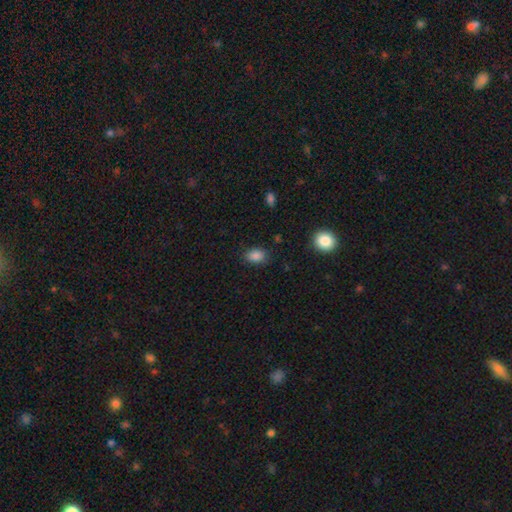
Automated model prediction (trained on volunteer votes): Smooth or featured? smooth (86%)
How rounded? in between (77%)
Merging? none (83%)